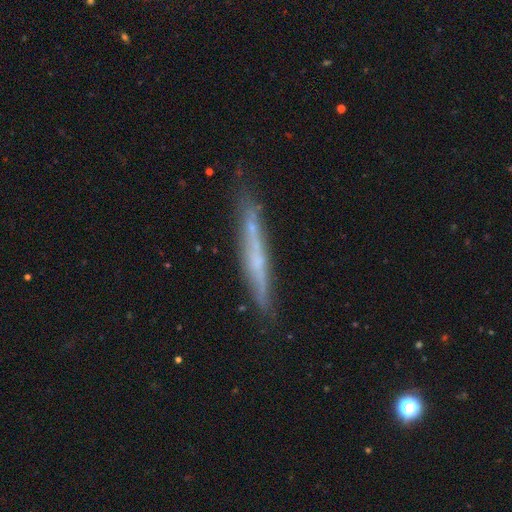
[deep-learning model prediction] A featured or disk galaxy (58%) viewed edge-on (92%) with no central bulge (71%).

Vote fractions:
- Smooth or featured? featured or disk: 58% / smooth: 33% / star or artifact: 8%
- Edge-on disk? yes: 92% / no: 8%
- Edge-on bulge? none: 71% / rounded: 23% / boxy: 6%
- Merging? none: 78% / minor disturbance: 16% / major disturbance: 3% / merger: 3%